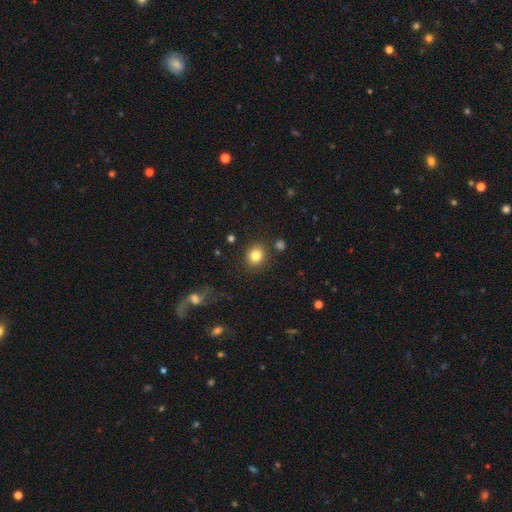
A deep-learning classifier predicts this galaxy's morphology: Q: Smooth or featured?
A: smooth (82%); runner-up: star or artifact (11%)
Q: How rounded?
A: round (76%); runner-up: in between (23%)
Q: Merging?
A: none (85%); runner-up: minor disturbance (9%)